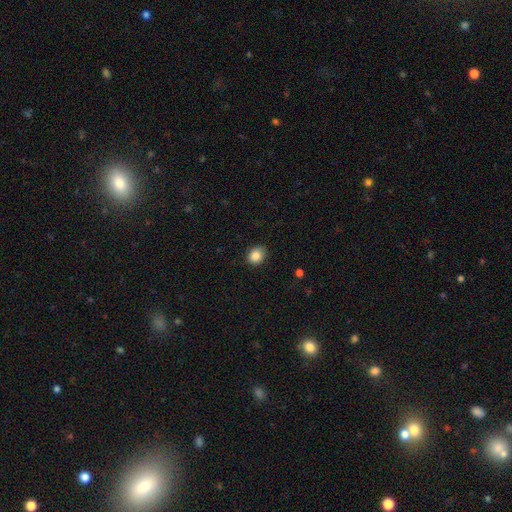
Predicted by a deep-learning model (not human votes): Smooth or featured: smooth — 86% (star or artifact — 9%)
How rounded: round — 68% (in between — 31%)
Merging: none — 86% (minor disturbance — 11%)